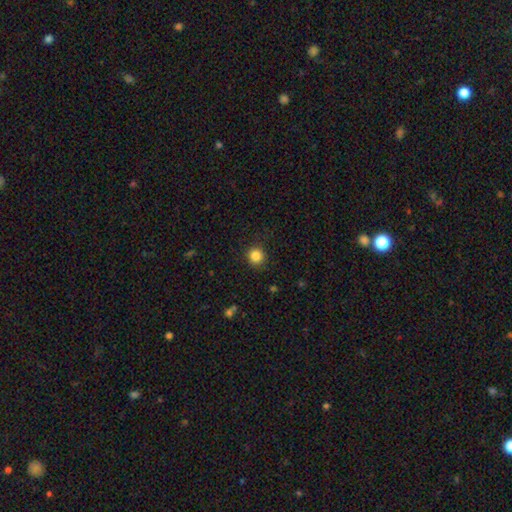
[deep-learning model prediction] This appears to be a smooth galaxy with no disk features (85%) that is round (92%). Merging: none (89%).